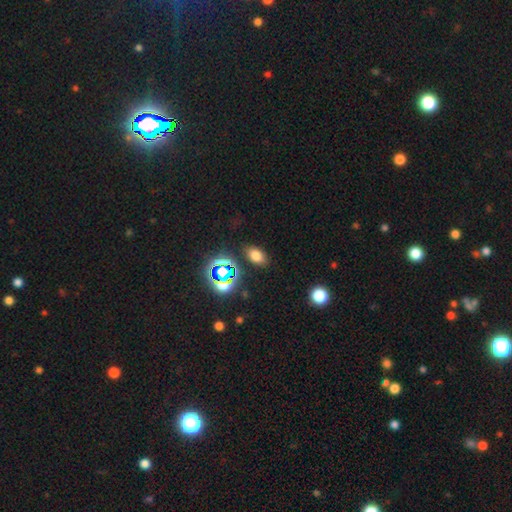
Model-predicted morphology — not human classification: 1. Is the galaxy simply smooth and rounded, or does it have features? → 70% smooth, 22% star or artifact, 8% featured or disk.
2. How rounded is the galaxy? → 86% in between, 12% round, 2% cigar-shaped.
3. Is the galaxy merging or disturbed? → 83% none, 10% minor disturbance, 3% major disturbance, 3% merger.